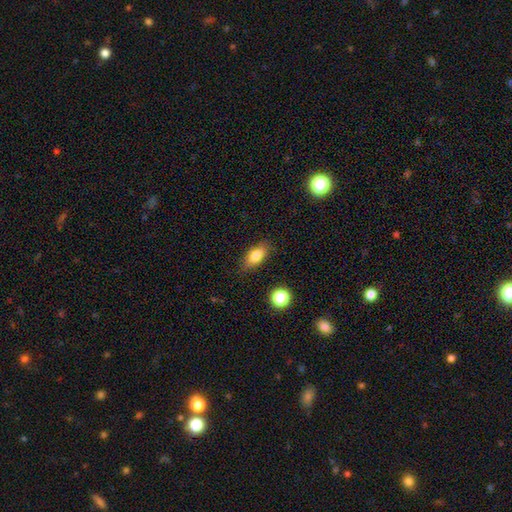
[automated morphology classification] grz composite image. It shows a smooth galaxy with no disk features (80%) that is in between round and cigar-shaped (83%). Merging: none (84%).